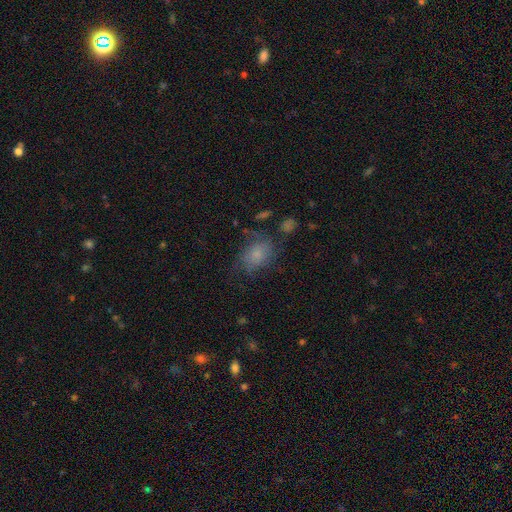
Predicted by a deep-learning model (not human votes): Overall: smooth (69%). How rounded: in between (66%; round 32%). Merging: none (54%; minor disturbance 25%).